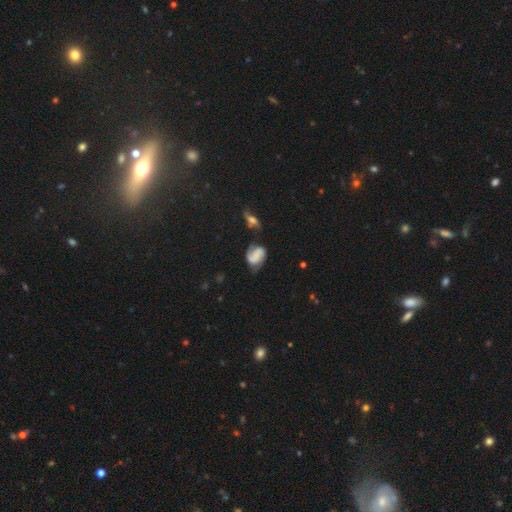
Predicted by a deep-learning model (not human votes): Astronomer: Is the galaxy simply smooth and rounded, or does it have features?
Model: featured or disk — 55% (runner-up: smooth, 34%).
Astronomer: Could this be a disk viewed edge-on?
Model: no — 97%.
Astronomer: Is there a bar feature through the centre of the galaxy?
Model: no — 49% (runner-up: weak, 33%).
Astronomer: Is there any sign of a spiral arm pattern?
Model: yes — 86%.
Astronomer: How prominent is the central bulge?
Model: none — 58%.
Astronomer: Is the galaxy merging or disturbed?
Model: none — 47% (runner-up: minor disturbance, 28%).